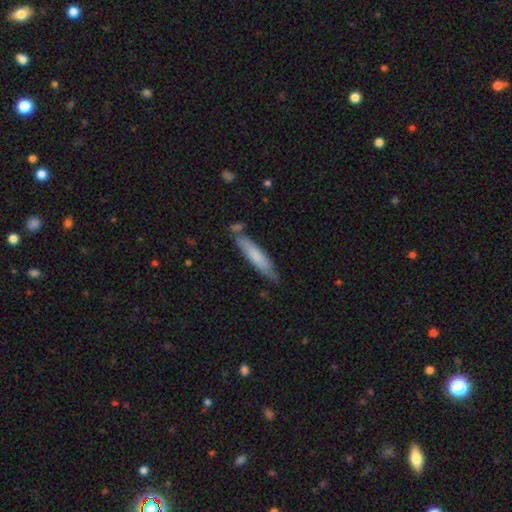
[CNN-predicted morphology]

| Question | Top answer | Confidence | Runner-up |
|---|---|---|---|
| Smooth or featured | smooth | 69% | featured or disk (26%) |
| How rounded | cigar-shaped | 88% | in between (11%) |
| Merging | none | 74% | minor disturbance (16%) |